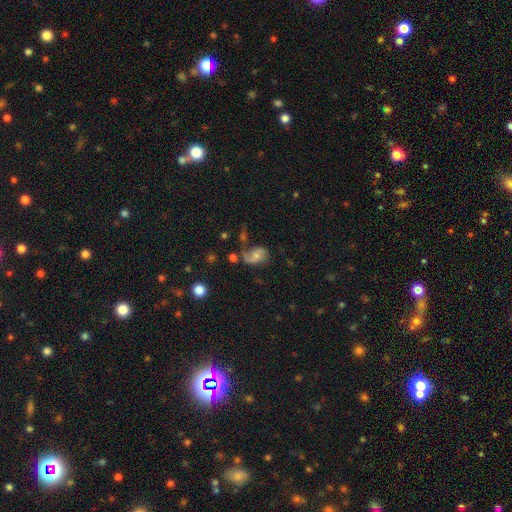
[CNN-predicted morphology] Smooth or featured?
  - featured or disk: 50% *
  - smooth: 40%
  - star or artifact: 10%
Edge-on disk?
  - no: 97% *
  - yes: 3%
Merging?
  - none: 37% *
  - major disturbance: 26%
  - minor disturbance: 24%
  - merger: 13%